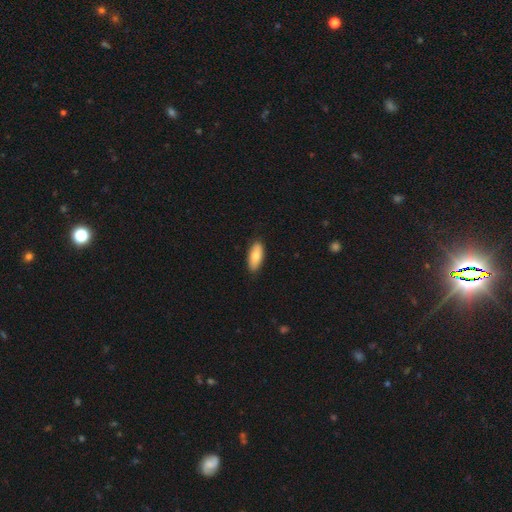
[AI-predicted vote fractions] This appears to be a smooth galaxy with no disk features (79%) that is in between round and cigar-shaped (80%). Merging: none (88%).